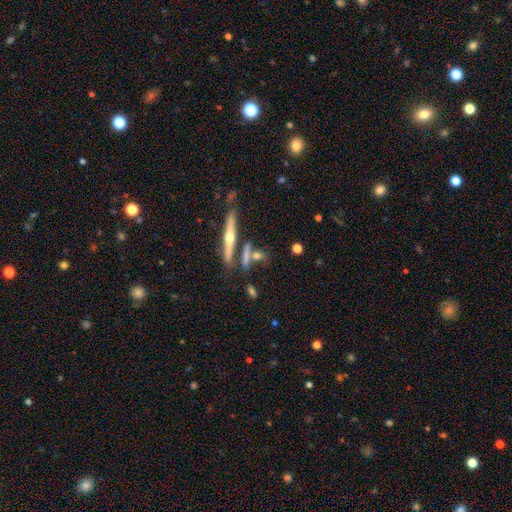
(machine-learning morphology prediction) Smooth or featured? featured or disk (63%)
Edge-on disk? yes (92%)
Edge-on bulge? rounded (91%)
Merging? none (69%)